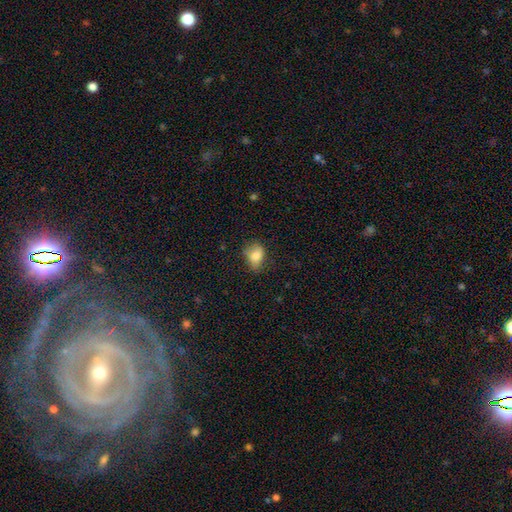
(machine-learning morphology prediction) This appears to be a smooth galaxy with no disk features (81%) that is in between round and cigar-shaped (71%). Merging: none (61%).